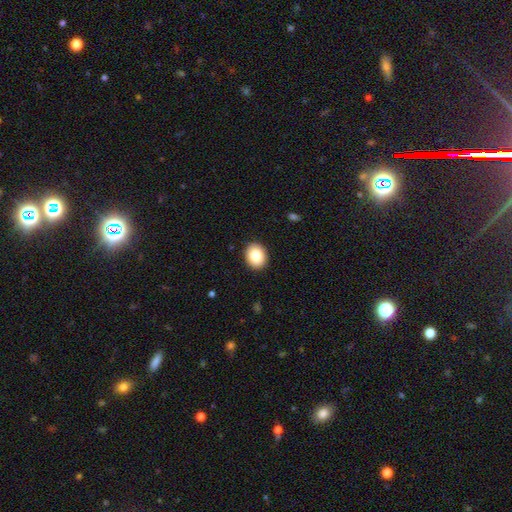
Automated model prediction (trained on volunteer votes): Morphology: type=smooth (85%); roundness=round (50%, tied with in between); merging=none (91%).